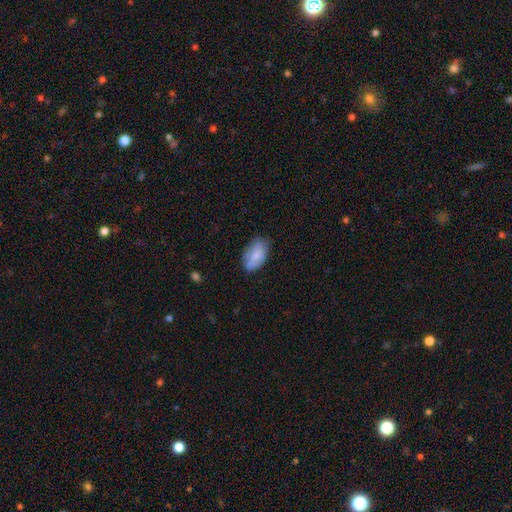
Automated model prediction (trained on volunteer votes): This appears to be a smooth galaxy with no disk features (77%) that is in between round and cigar-shaped (94%). Merging: none (66%).